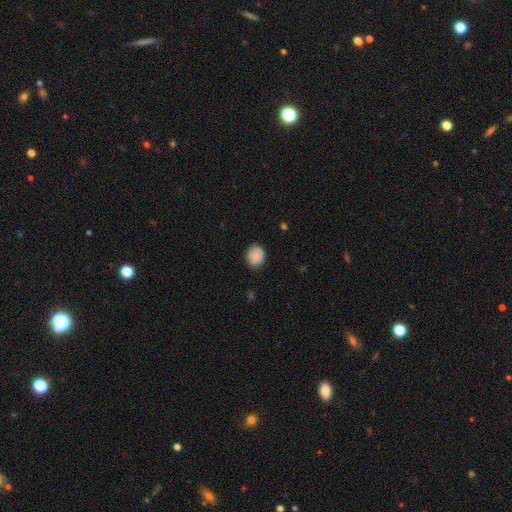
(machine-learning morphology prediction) smooth-or-featured: smooth: 85% | star or artifact: 8% | featured or disk: 7%
  how-rounded: round: 72% | in between: 27% | cigar-shaped: 1%
  merging: none: 80% | minor disturbance: 16% | major disturbance: 3% | merger: 1%